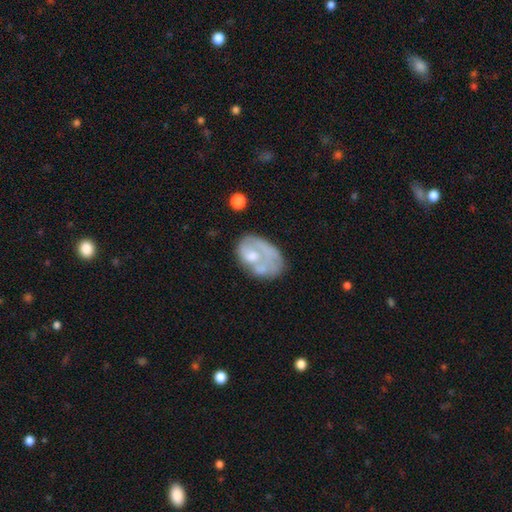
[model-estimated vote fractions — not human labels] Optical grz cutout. It shows a featured or disk galaxy (51%). Merging: none (31%).